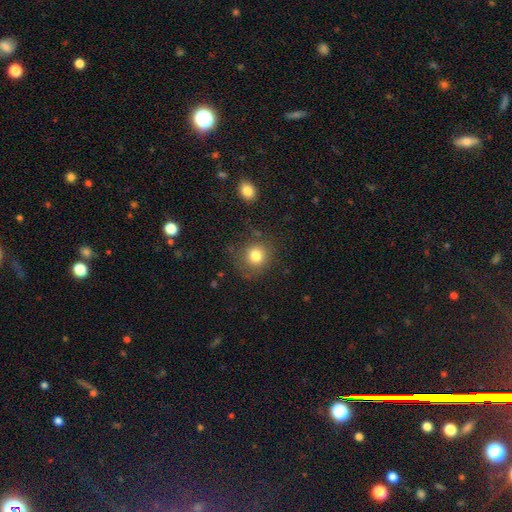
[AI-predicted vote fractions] smooth_or_featured: smooth (p=0.80) [alt: star or artifact p=0.12]
how_rounded: round (p=0.87) [alt: in between p=0.12]
merging: none (p=0.78) [alt: minor disturbance p=0.14]